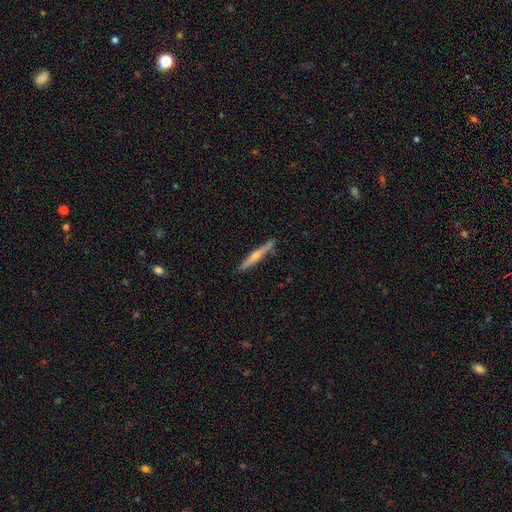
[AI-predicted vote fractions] Smooth or featured? featured or disk (67%)
Edge-on disk? yes (97%)
Edge-on bulge? rounded (85%)
Merging? none (90%)